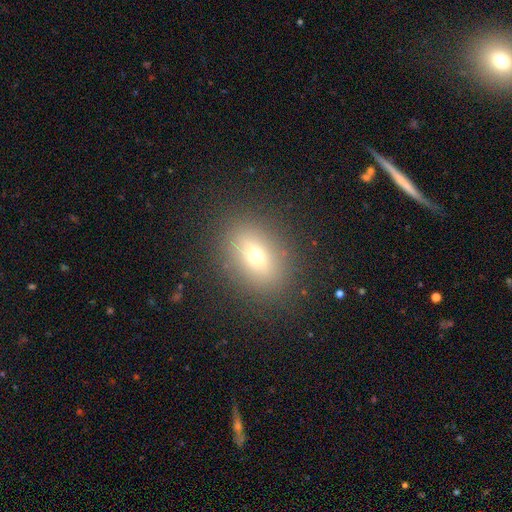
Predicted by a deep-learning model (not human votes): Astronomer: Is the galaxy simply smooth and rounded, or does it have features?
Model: smooth — 57%.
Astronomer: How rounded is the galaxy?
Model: in between — 71%.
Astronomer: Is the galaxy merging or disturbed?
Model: none — 85%.